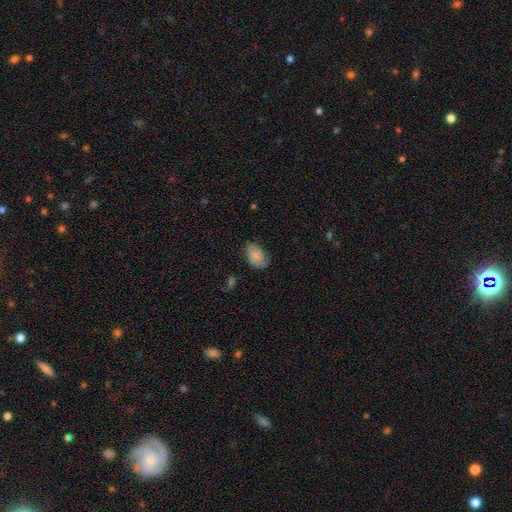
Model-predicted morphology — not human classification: Overall: smooth (65%; featured or disk 27%). How rounded: in between (85%). Merging: none (55%; minor disturbance 31%).